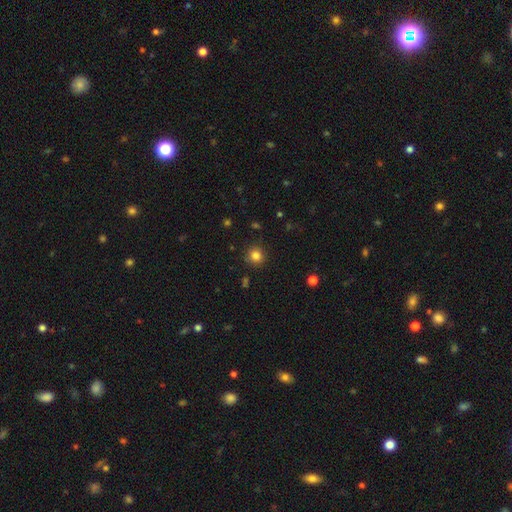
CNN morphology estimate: A smooth galaxy with no disk features (82%) that is round (92%).

Vote fractions:
- Smooth or featured? smooth: 82% / star or artifact: 13% / featured or disk: 5%
- How rounded? round: 92% / in between: 7% / cigar-shaped: 1%
- Merging? none: 89% / minor disturbance: 7% / major disturbance: 2% / merger: 1%